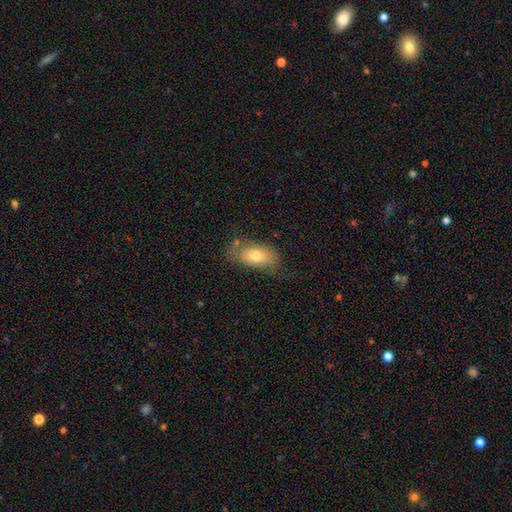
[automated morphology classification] Smooth or featured? Predicted: smooth (p=0.72). How rounded? Predicted: in between (p=0.89). Merging? Predicted: none (p=0.61).